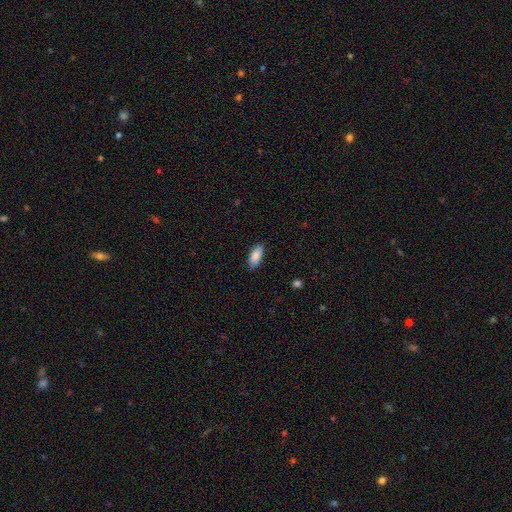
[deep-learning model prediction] Smooth or featured? Predicted: smooth (p=0.87). How rounded? Predicted: in between (p=0.84). Merging? Predicted: none (p=0.86).